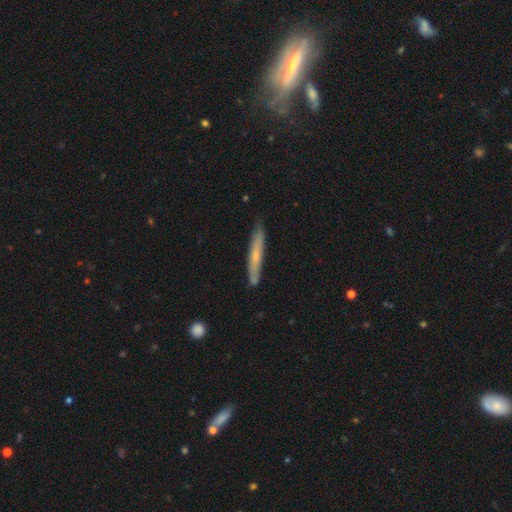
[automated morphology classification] smooth_or_featured: smooth (p=0.53) [alt: featured or disk p=0.41]
how_rounded: cigar-shaped (p=0.95) [alt: in between p=0.04]
merging: none (p=0.82) [alt: minor disturbance p=0.14]